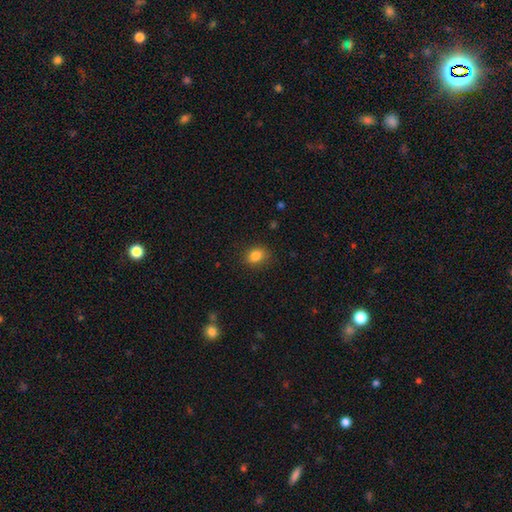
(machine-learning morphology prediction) Smooth or featured? Predicted: smooth (p=0.84). How rounded? Predicted: in between (p=0.51). Merging? Predicted: none (p=0.83).